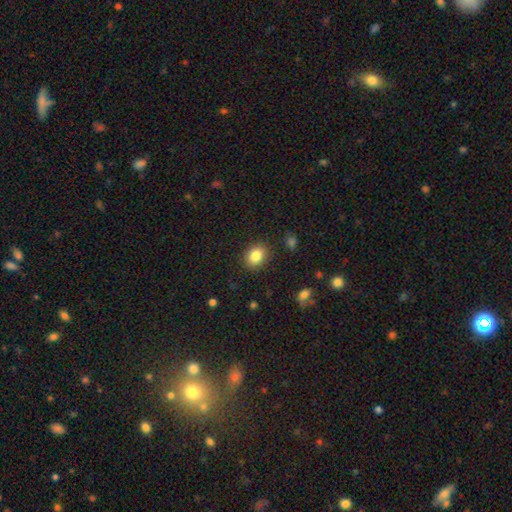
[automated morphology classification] Overall: smooth (85%). How rounded: in between (61%; round 38%). Merging: none (87%).